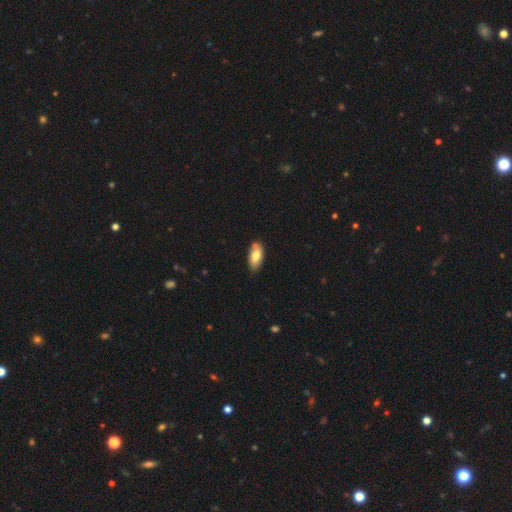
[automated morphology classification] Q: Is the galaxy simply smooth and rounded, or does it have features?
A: smooth — 74%.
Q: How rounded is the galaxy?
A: in between — 90%.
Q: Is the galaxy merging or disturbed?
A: none — 70%.